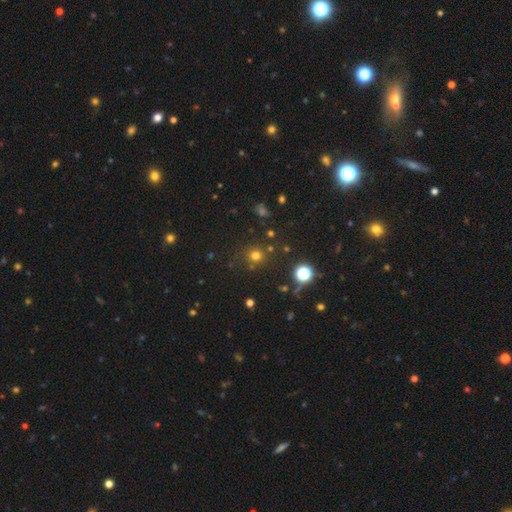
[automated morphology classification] The model was most divided on "smooth or featured": smooth: 68%, star or artifact: 25%, featured or disk: 7%. More confident: how rounded — round (89%); merging — none (80%).